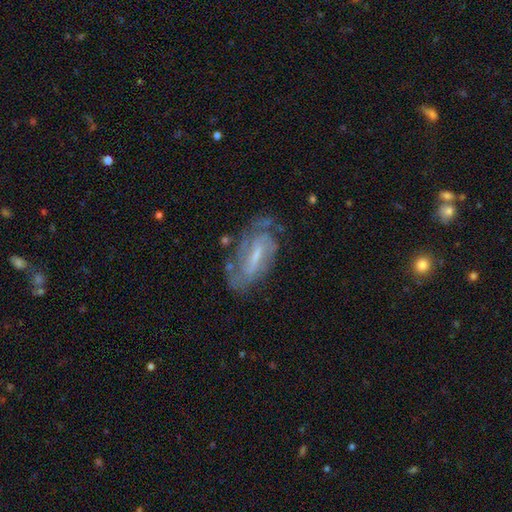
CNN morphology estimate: A featured or disk galaxy (77%) with a weak bar (49%), 2 (41%) tight (48%) spiral arms (86%) and a small central bulge (49%).

Vote fractions:
- Smooth or featured? featured or disk: 77% / smooth: 16% / star or artifact: 7%
- Edge-on disk? no: 93% / yes: 7%
- Bar? weak: 49% / strong: 31% / no: 20%
- Spiral arms? yes: 86% / no: 14%
- Spiral winding? tight: 48% / medium: 39% / loose: 13%
- Spiral arm count? 2: 41% / can't tell: 35% / 3: 11% / 1: 7% / 4: 4% / more than 4: 3%
- Bulge size? small: 49% / moderate: 30% / none: 17% / large: 3% / dominant: 1%
- Merging? none: 58% / minor disturbance: 24% / major disturbance: 15% / merger: 3%